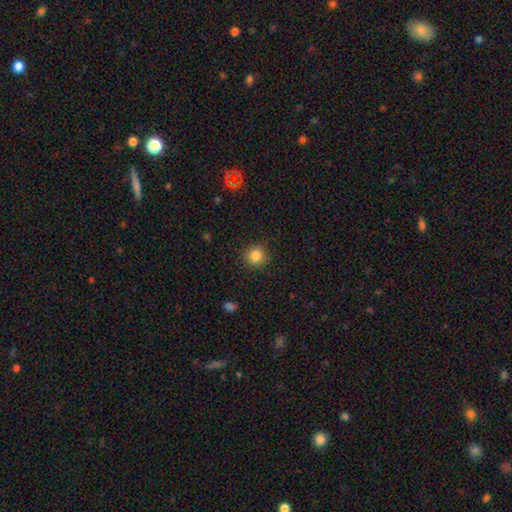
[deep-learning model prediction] smooth_or_featured: smooth (p=0.84) [alt: star or artifact p=0.11]
how_rounded: round (p=0.92) [alt: in between p=0.07]
merging: none (p=0.90) [alt: minor disturbance p=0.07]